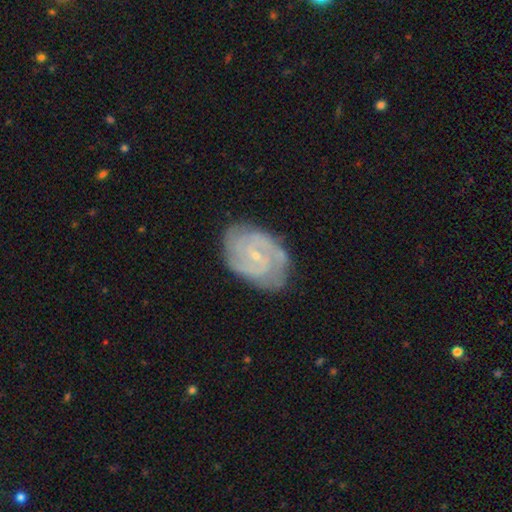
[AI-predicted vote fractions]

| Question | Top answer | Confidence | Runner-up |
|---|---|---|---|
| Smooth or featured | featured or disk | 84% | smooth (10%) |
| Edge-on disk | no | 97% | yes (3%) |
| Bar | weak | 46% | no (45%) |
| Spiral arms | yes | 96% | no (4%) |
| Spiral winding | tight | 57% | medium (36%) |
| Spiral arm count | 2 | 45% | can't tell (20%) |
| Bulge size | small | 81% | moderate (13%) |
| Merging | none | 75% | minor disturbance (19%) |